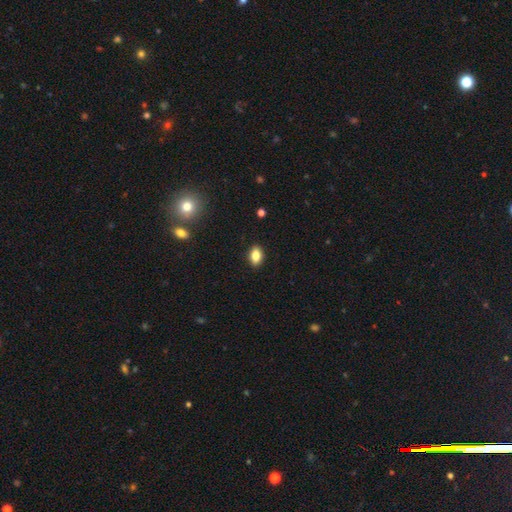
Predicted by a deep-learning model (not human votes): Smooth or featured: smooth — 80% (featured or disk — 10%)
How rounded: in between — 85% (round — 12%)
Merging: none — 89% (minor disturbance — 8%)